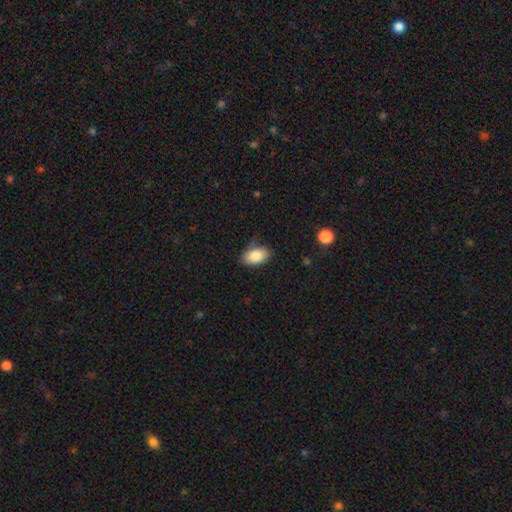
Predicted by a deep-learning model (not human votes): Q: Smooth or featured?
A: smooth (86%); runner-up: star or artifact (7%)
Q: How rounded?
A: in between (92%); runner-up: round (7%)
Q: Merging?
A: none (78%); runner-up: minor disturbance (17%)